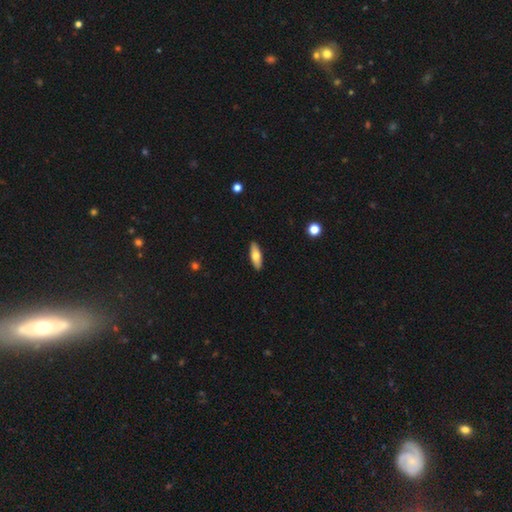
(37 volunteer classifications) This is clearly a smooth galaxy (84%). How rounded: possibly in between (58%). Merging: clearly none (97%).